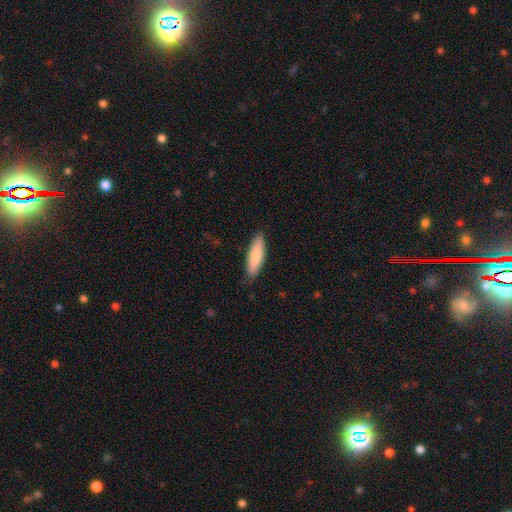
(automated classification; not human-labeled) Overall: smooth (81%). How rounded: cigar-shaped (63%; in between 36%). Merging: none (86%).